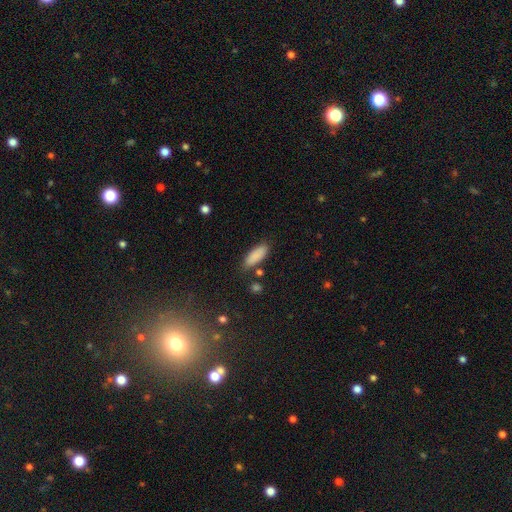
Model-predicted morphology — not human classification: Smooth or featured? Predicted: smooth (p=0.87). How rounded? Predicted: in between (p=0.65). Merging? Predicted: none (p=0.80).